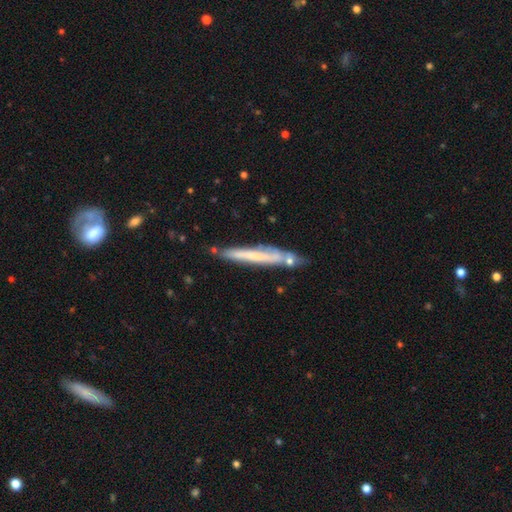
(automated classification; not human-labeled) smooth_or_featured: featured or disk (p=0.50) [alt: smooth p=0.43]
merging: none (p=0.65) [alt: minor disturbance p=0.19]